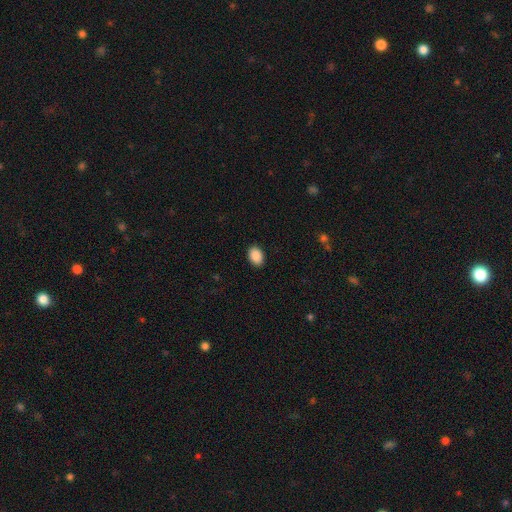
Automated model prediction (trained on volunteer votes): Smooth or featured? smooth (90%)
How rounded? in between (82%)
Merging? none (89%)